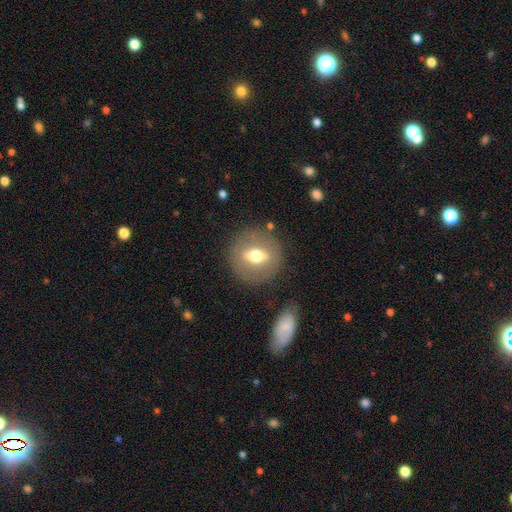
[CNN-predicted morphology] A featured or disk galaxy (47%). Merging: none (82%).